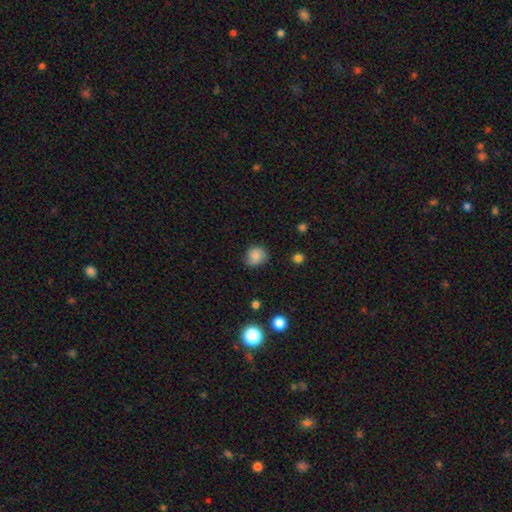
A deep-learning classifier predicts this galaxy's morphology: A smooth galaxy with no disk features (75%) that is round (74%). Merging: none (69%).